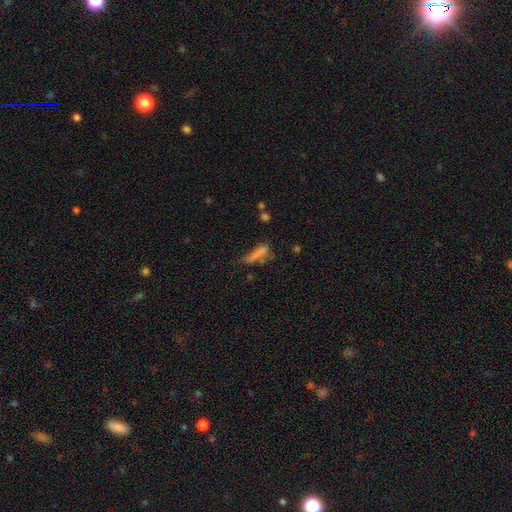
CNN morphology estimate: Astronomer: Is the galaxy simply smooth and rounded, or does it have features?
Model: smooth — 58%.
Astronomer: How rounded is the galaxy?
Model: cigar-shaped — 72%.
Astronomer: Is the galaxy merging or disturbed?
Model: none — 40% (runner-up: minor disturbance, 21%).